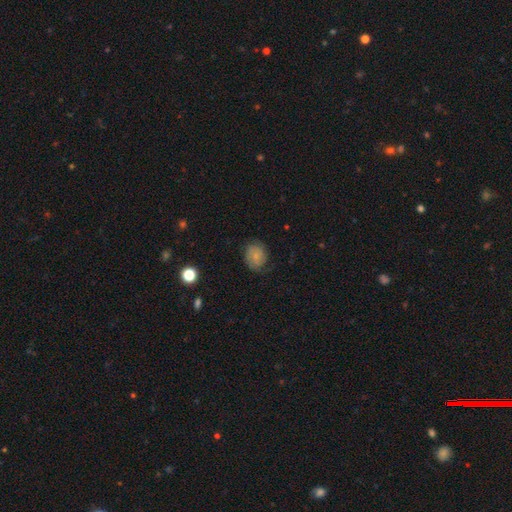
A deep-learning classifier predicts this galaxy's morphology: Smooth or featured? Predicted: smooth (p=0.56). How rounded? Predicted: round (p=0.56). Merging? Predicted: none (p=0.69).